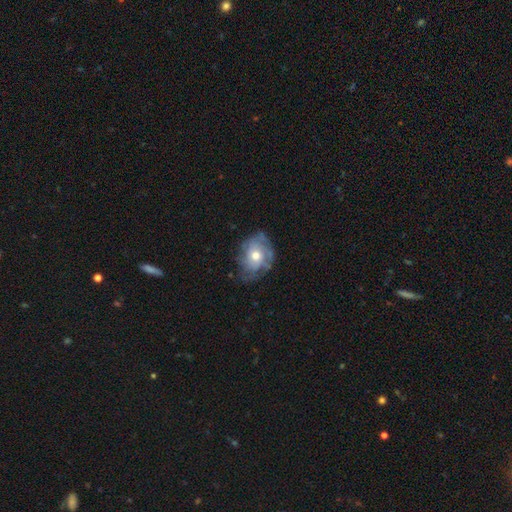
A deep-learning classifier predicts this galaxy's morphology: This appears to be a featured or disk galaxy (67%) with no bar (84%), tight (57%) spiral arms (78%) and a moderate central bulge (70%). Merging: none (66%).